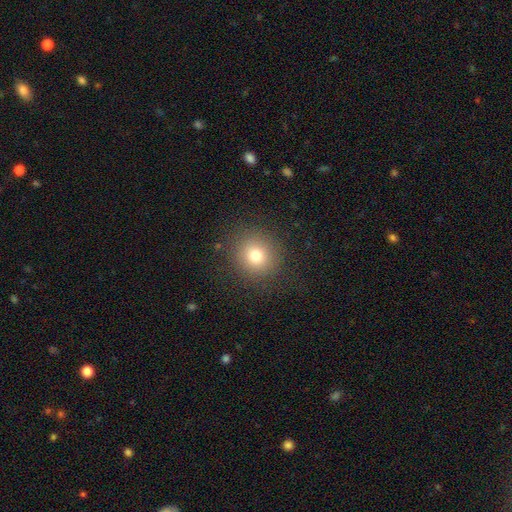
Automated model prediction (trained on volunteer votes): Smooth or featured? Predicted: smooth (p=0.76). How rounded? Predicted: round (p=0.89). Merging? Predicted: none (p=0.87).